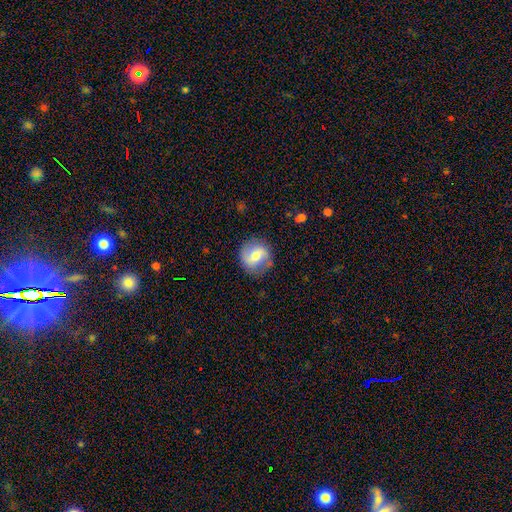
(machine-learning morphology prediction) Smooth or featured? Predicted: featured or disk (p=0.48). Merging? Predicted: none (p=0.83).